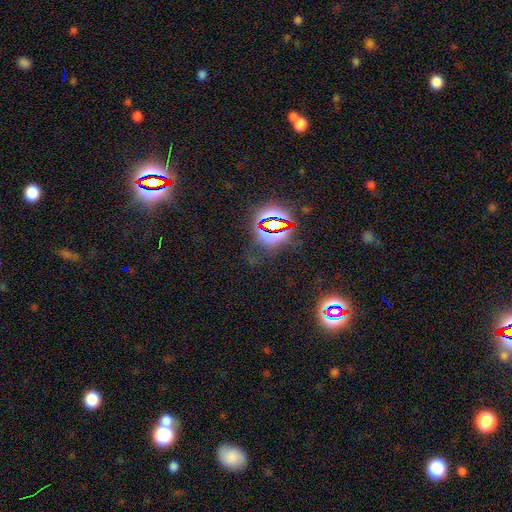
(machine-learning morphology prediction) star or artifact 80%, smooth 12%, featured or disk 8%.